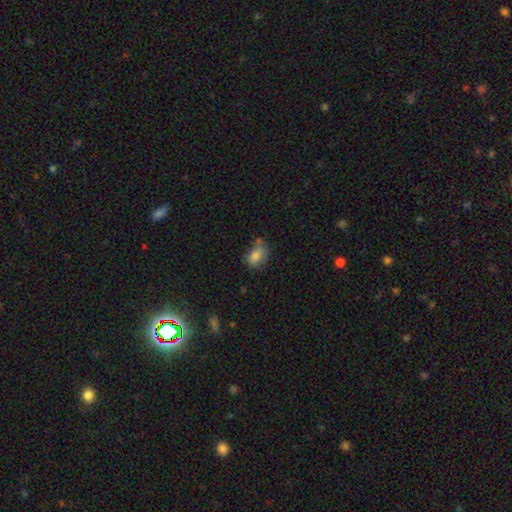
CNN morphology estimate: Smooth or featured? smooth (77%)
How rounded? in between (71%)
Merging? none (51%)